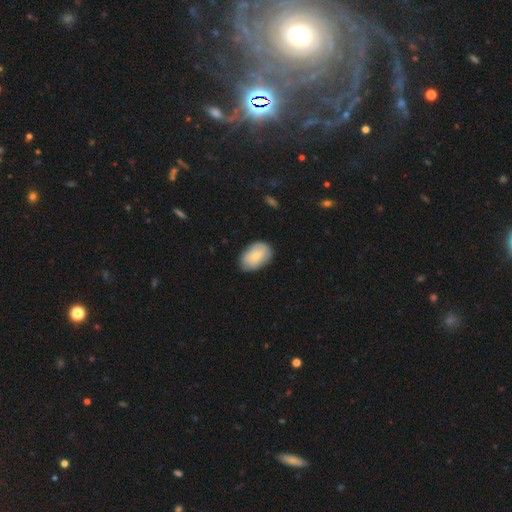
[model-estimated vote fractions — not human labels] The model was most divided on "smooth or featured": smooth: 69%, featured or disk: 25%, star or artifact: 6%. More confident: how rounded — in between (87%); merging — none (79%).